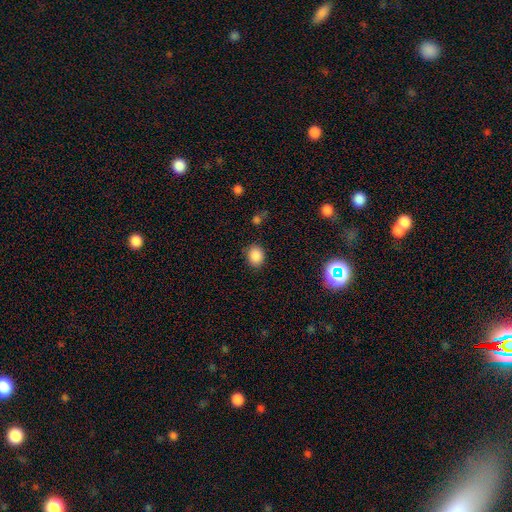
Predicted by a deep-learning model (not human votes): A smooth galaxy with no disk features (87%) that is round (60%).

Vote fractions:
- Smooth or featured? smooth: 87% / star or artifact: 10% / featured or disk: 3%
- How rounded? round: 60% / in between: 39% / cigar-shaped: 1%
- Merging? none: 85% / minor disturbance: 11% / major disturbance: 3% / merger: 2%